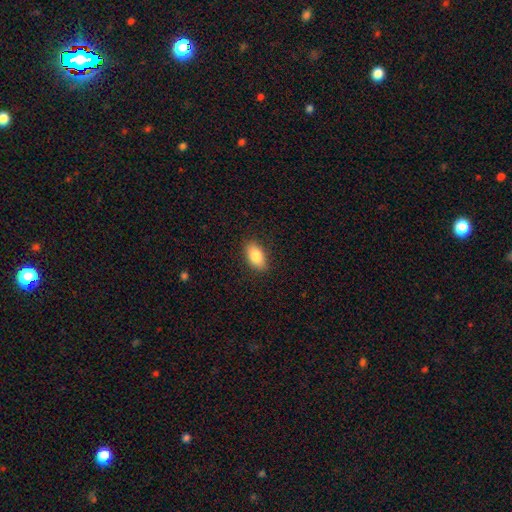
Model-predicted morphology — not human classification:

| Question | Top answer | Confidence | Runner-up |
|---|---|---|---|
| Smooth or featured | smooth | 84% | featured or disk (9%) |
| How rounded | in between | 90% | round (6%) |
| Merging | none | 86% | minor disturbance (10%) |